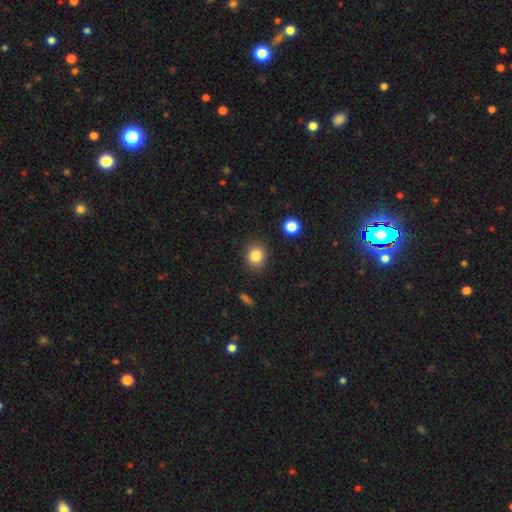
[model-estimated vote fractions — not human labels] smooth-or-featured: smooth: 84% | star or artifact: 11% | featured or disk: 6%
  how-rounded: round: 75% | in between: 24% | cigar-shaped: 1%
  merging: none: 86% | minor disturbance: 10% | major disturbance: 3% | merger: 2%